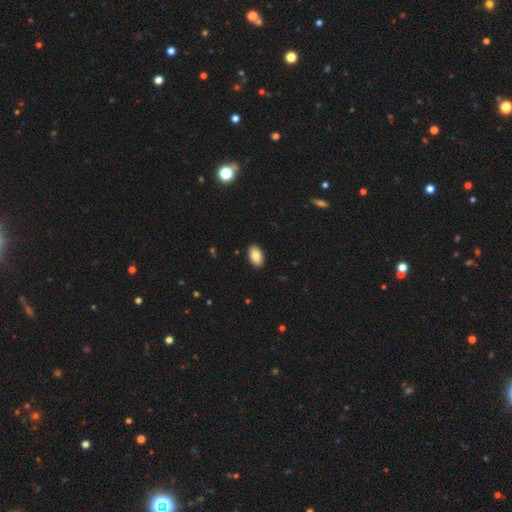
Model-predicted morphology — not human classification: The model was most divided on "smooth or featured": smooth: 85%, featured or disk: 8%, star or artifact: 7%. More confident: how rounded — in between (94%); merging — none (91%).